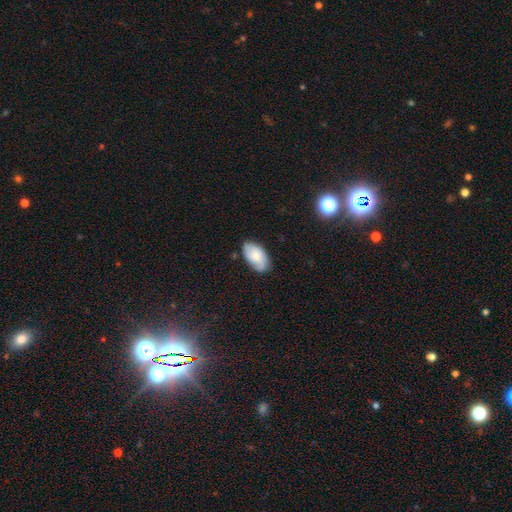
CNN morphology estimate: Smooth or featured?
  - smooth: 68% *
  - featured or disk: 25%
  - star or artifact: 7%
How rounded?
  - in between: 95% *
  - round: 4%
  - cigar-shaped: 2%
Merging?
  - none: 75% *
  - minor disturbance: 20%
  - major disturbance: 4%
  - merger: 2%